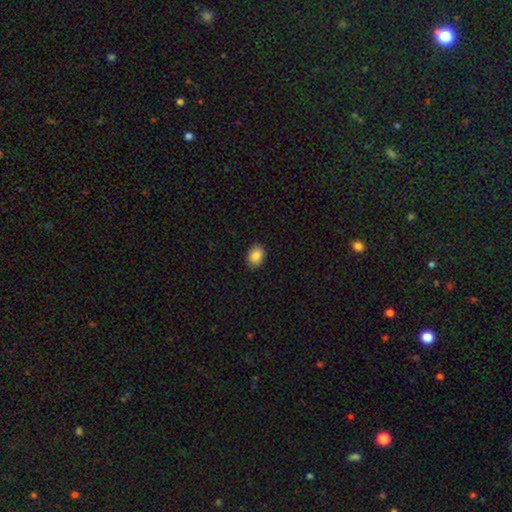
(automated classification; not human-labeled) smooth_or_featured: smooth (p=0.88) [alt: star or artifact p=0.07]
how_rounded: in between (p=0.74) [alt: round p=0.25]
merging: none (p=0.89) [alt: minor disturbance p=0.08]